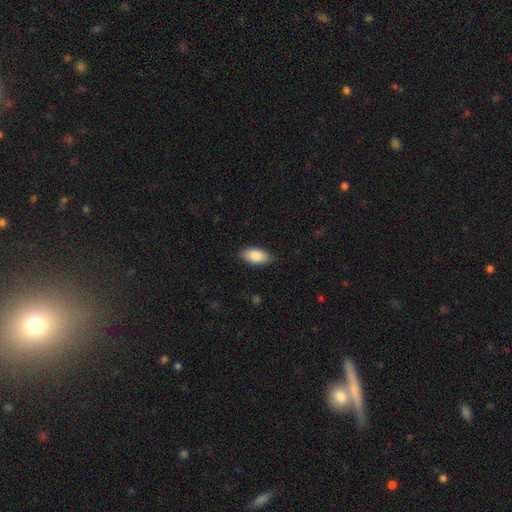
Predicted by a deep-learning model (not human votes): smooth 87%, featured or disk 7%, star or artifact 6%. Down the decision tree: how rounded — in between (93%); merging — none (87%).